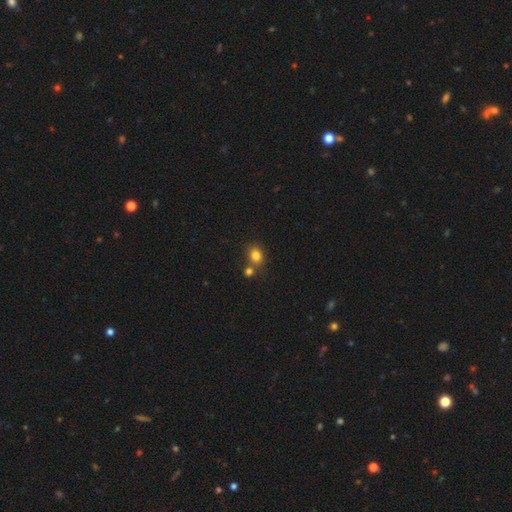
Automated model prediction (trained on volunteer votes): smooth_or_featured: smooth (p=0.82) [alt: star or artifact p=0.12]
how_rounded: round (p=0.55) [alt: in between p=0.44]
merging: none (p=0.60) [alt: merger p=0.25]